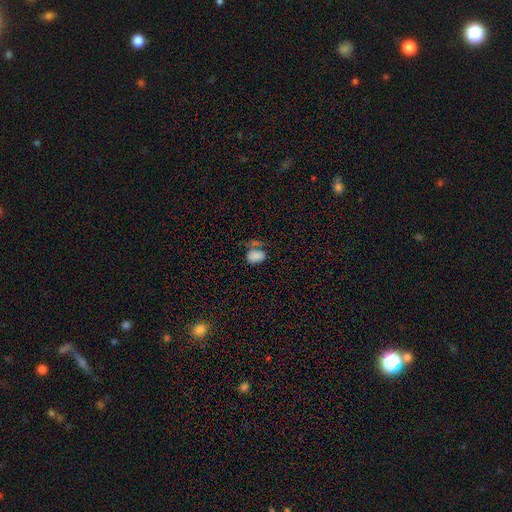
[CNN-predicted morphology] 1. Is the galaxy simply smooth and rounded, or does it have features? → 76% smooth, 15% star or artifact, 8% featured or disk.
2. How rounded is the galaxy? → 85% in between, 13% round, 2% cigar-shaped.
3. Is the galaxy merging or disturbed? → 40% none, 24% merger, 20% minor disturbance, 15% major disturbance.